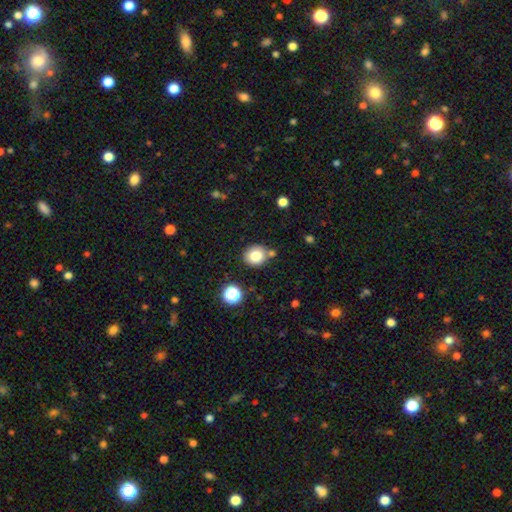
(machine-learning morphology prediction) Overall: smooth (80%). How rounded: round (80%). Merging: none (75%).